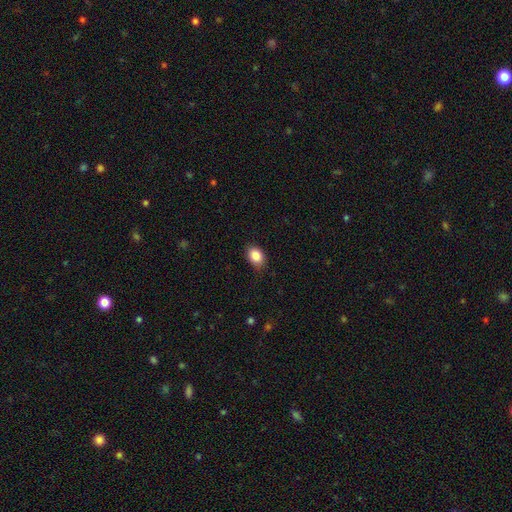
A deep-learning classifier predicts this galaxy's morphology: This is clearly a smooth galaxy (86%). How rounded: likely in between (71%). Merging: likely none (80%).